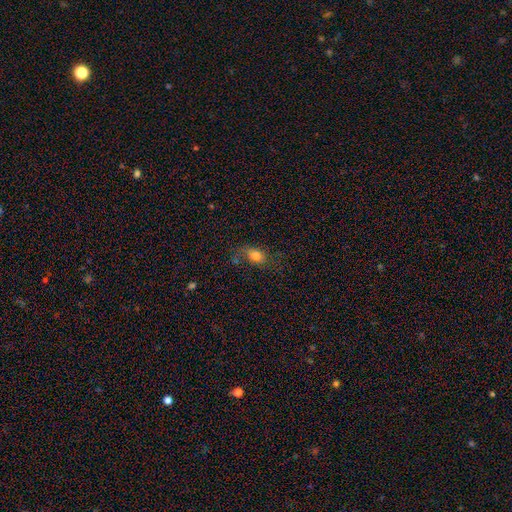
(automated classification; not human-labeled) Smooth or featured? Predicted: smooth (p=0.73). How rounded? Predicted: in between (p=0.71). Merging? Predicted: none (p=0.53).